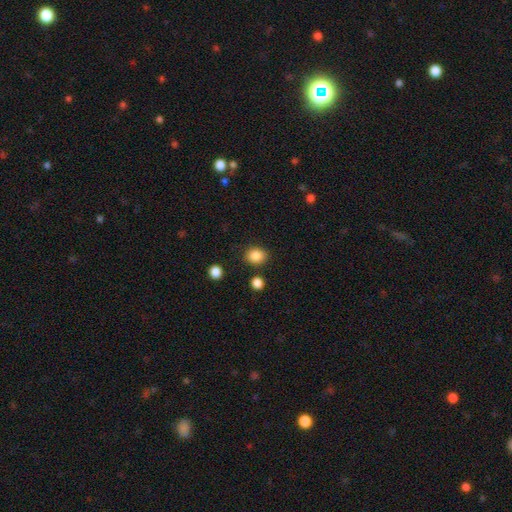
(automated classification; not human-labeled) smooth-or-featured: smooth: 86% | star or artifact: 10% | featured or disk: 4%
  how-rounded: round: 65% | in between: 34% | cigar-shaped: 1%
  merging: none: 85% | minor disturbance: 9% | merger: 4% | major disturbance: 3%